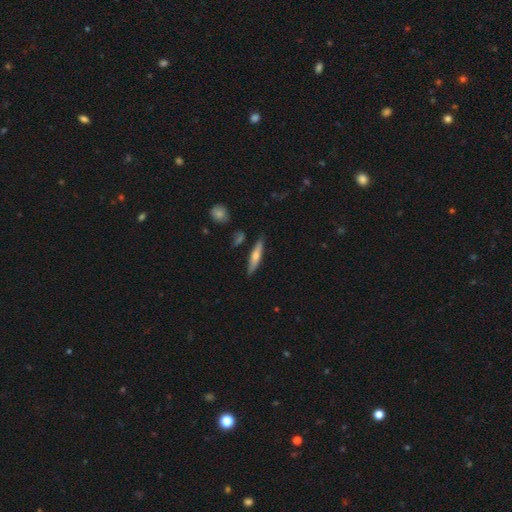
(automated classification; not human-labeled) smooth_or_featured: smooth (p=0.57) [alt: featured or disk p=0.37]
how_rounded: cigar-shaped (p=0.82) [alt: in between p=0.16]
merging: none (p=0.84) [alt: minor disturbance p=0.12]